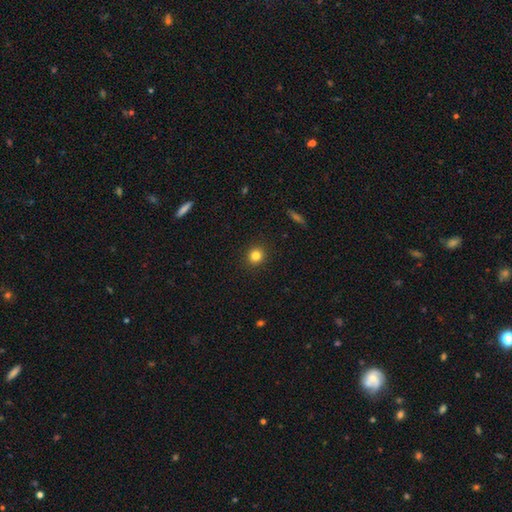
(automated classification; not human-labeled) Overall: smooth (82%). How rounded: round (90%). Merging: none (92%).